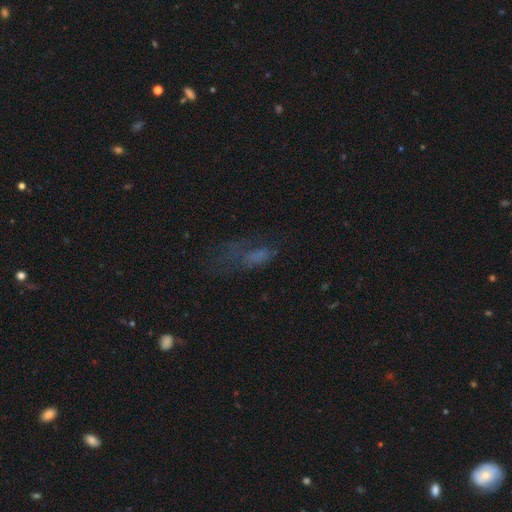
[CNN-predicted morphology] smooth 45%, featured or disk 29%, star or artifact 26%. Down the decision tree: merging — major disturbance (40%).